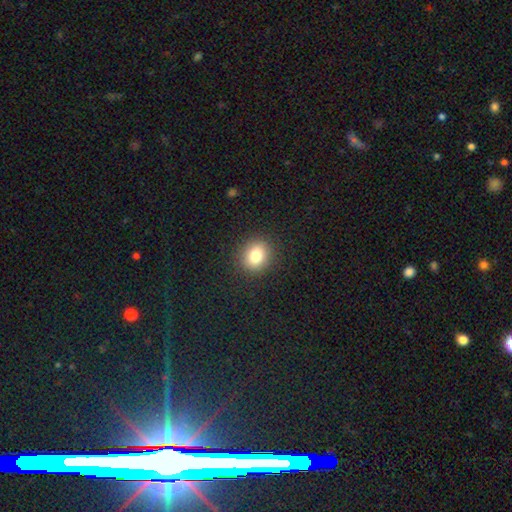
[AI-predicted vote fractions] The model was most divided on "how rounded": round: 72%, in between: 27%, cigar-shaped: 1%. More confident: merging — none (90%); smooth or featured — smooth (81%).